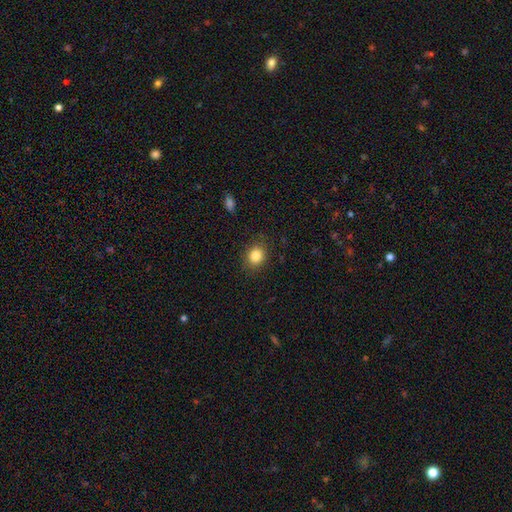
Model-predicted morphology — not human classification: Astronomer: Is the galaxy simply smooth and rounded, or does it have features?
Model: smooth — 84%.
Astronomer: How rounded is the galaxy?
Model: round — 64%.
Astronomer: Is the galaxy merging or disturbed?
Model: none — 86%.